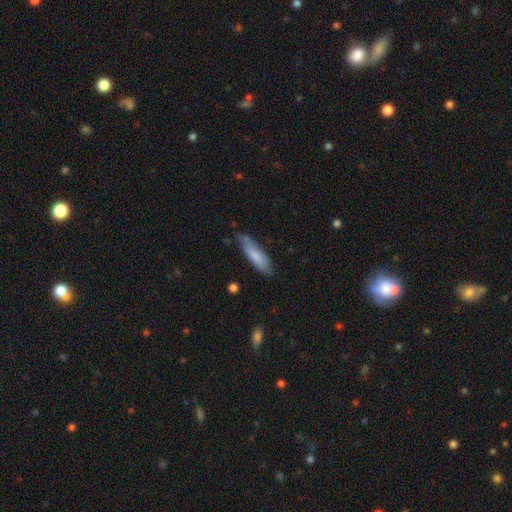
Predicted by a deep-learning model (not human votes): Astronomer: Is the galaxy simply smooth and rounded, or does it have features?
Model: smooth — 76%.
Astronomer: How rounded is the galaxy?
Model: cigar-shaped — 66%.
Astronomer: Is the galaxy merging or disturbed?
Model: none — 66%.